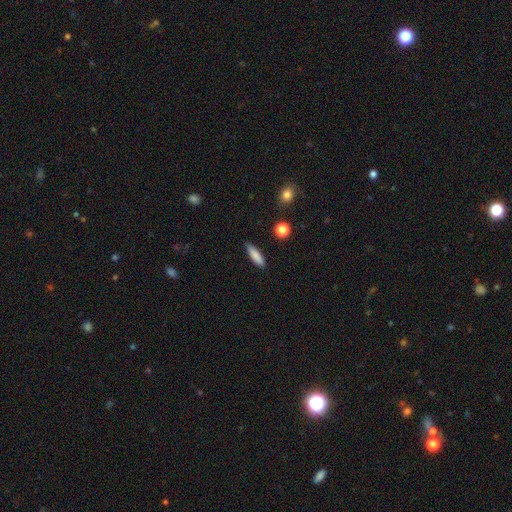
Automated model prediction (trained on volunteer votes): Smooth or featured?
  - smooth: 85% *
  - featured or disk: 8%
  - star or artifact: 7%
How rounded?
  - cigar-shaped: 63% *
  - in between: 35%
  - round: 2%
Merging?
  - none: 86% *
  - minor disturbance: 11%
  - major disturbance: 2%
  - merger: 2%